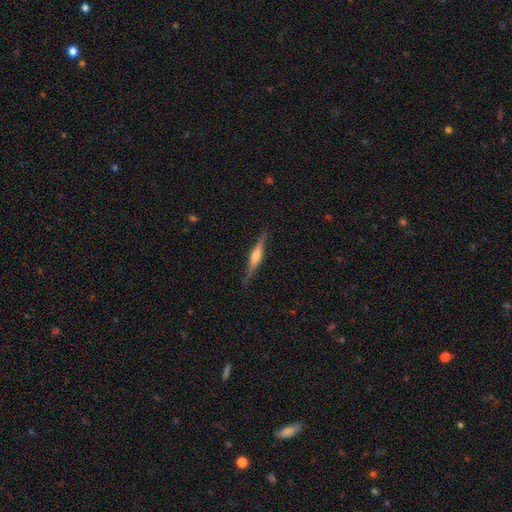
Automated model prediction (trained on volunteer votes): This is likely a featured or disk galaxy (72%). It is clearly viewed edge-on (98%). Edge-on bulge: likely rounded (79%). Merging: clearly none (87%).